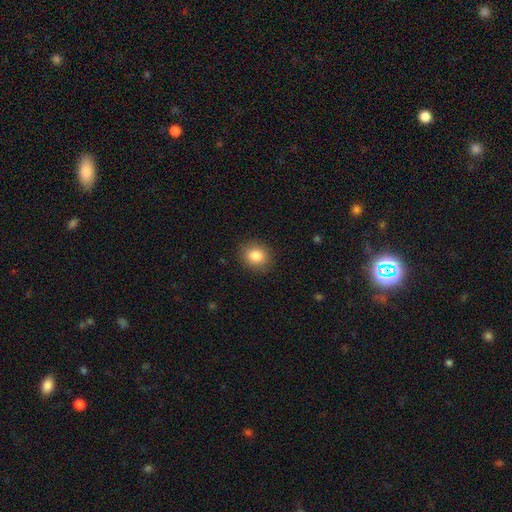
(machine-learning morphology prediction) smooth-or-featured: smooth: 85% | star or artifact: 9% | featured or disk: 6%
  how-rounded: round: 66% | in between: 33% | cigar-shaped: 1%
  merging: none: 88% | minor disturbance: 8% | major disturbance: 2% | merger: 1%